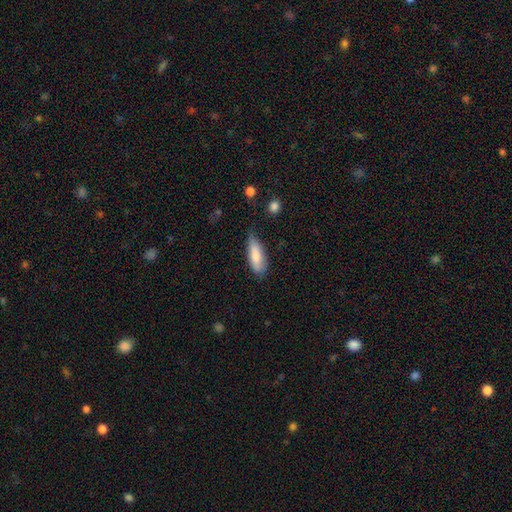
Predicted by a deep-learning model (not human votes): smooth 80%, featured or disk 14%, star or artifact 6%. Down the decision tree: how rounded — in between (65%); merging — none (62%).